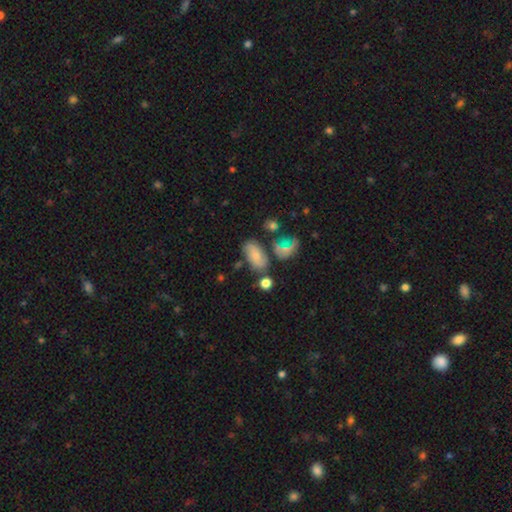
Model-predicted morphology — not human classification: smooth-or-featured: smooth: 61% | featured or disk: 27% | star or artifact: 11%
  how-rounded: in between: 88% | round: 8% | cigar-shaped: 4%
  merging: none: 57% | minor disturbance: 21% | merger: 14% | major disturbance: 8%